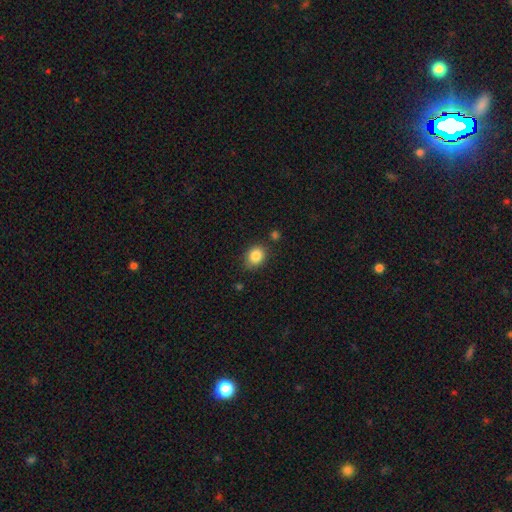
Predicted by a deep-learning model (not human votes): Overall: smooth (85%). How rounded: round (57%; in between 42%). Merging: none (78%).